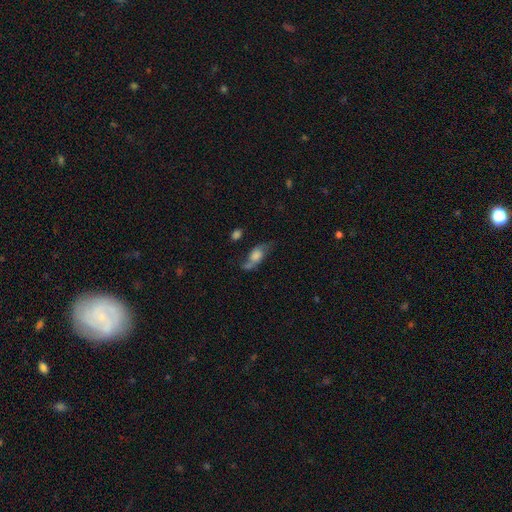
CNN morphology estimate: smooth-or-featured: featured or disk: 50% | smooth: 39% | star or artifact: 11%
  disk-edge-on: no: 81% | yes: 19%
  merging: none: 47% | minor disturbance: 23% | major disturbance: 17% | merger: 12%